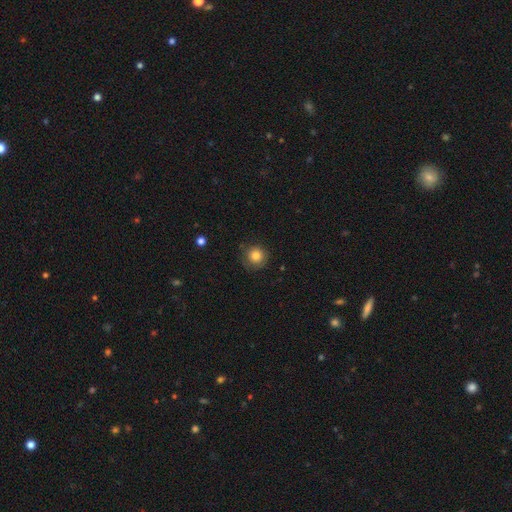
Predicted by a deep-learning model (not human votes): Q: Smooth or featured?
A: smooth (79%); runner-up: featured or disk (11%)
Q: How rounded?
A: round (94%); runner-up: in between (5%)
Q: Merging?
A: none (75%); runner-up: minor disturbance (17%)